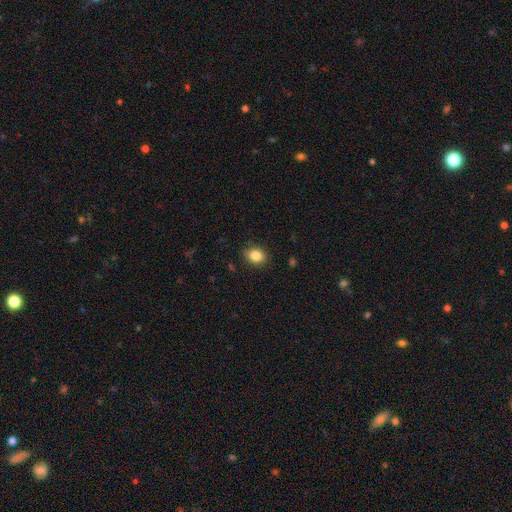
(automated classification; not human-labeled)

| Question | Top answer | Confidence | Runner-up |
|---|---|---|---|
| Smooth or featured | smooth | 84% | star or artifact (10%) |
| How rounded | round | 52% | in between (46%) |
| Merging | none | 82% | minor disturbance (14%) |